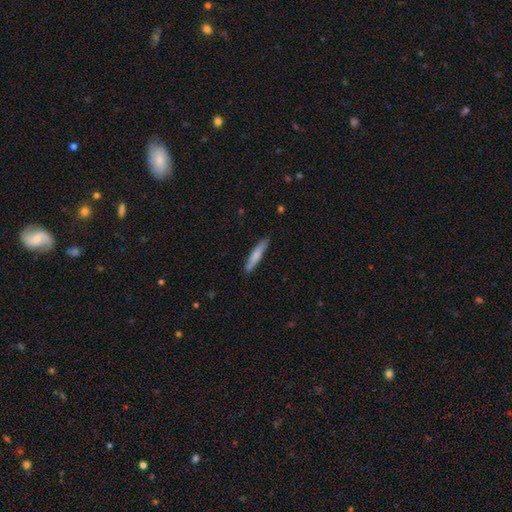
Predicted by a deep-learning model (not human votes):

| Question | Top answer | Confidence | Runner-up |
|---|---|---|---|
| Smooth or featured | smooth | 72% | featured or disk (22%) |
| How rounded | cigar-shaped | 91% | in between (8%) |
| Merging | none | 85% | minor disturbance (12%) |